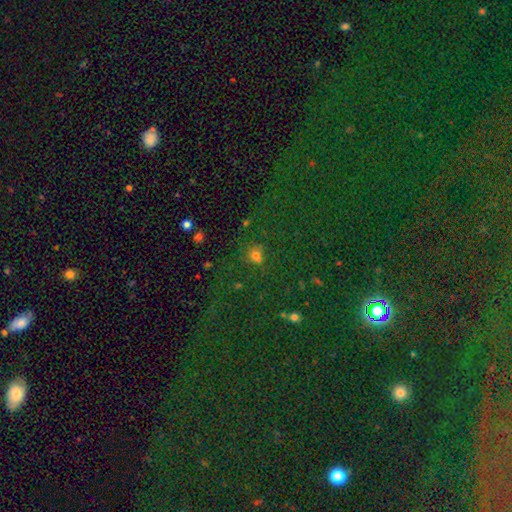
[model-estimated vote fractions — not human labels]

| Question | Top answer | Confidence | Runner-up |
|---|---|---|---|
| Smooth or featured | smooth | 63% | star or artifact (29%) |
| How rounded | round | 77% | in between (21%) |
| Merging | none | 65% | minor disturbance (14%) |